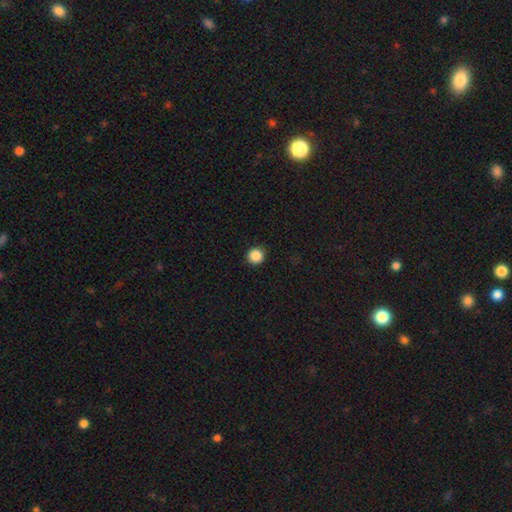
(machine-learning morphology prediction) The model was most divided on "smooth or featured": smooth: 87%, star or artifact: 10%, featured or disk: 3%. More confident: how rounded — round (93%); merging — none (92%).